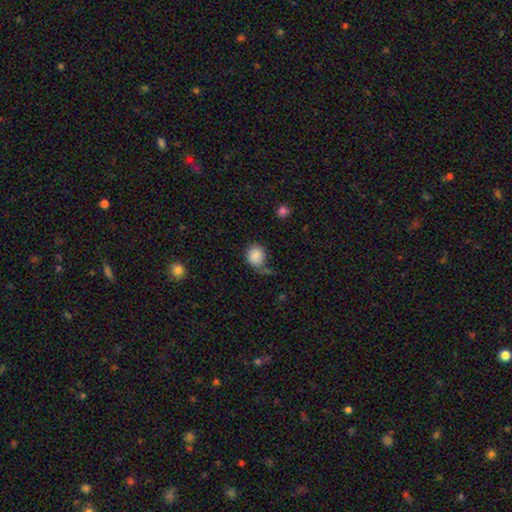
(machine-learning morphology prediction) The model was most divided on "merging": none: 54%, minor disturbance: 26%, major disturbance: 11%, merger: 9%. More confident: smooth or featured — smooth (87%); how rounded — round (75%).